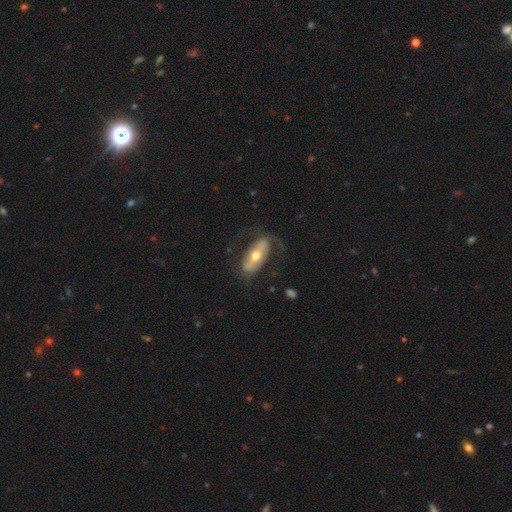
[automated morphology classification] This is likely a featured or disk galaxy (63%). It is clearly not viewed edge-on (83%). Bar: marginally strong (40%). Spiral arm pattern: likely yes (62%). Central bulge: likely moderate (67%). Merging: likely none (63%).